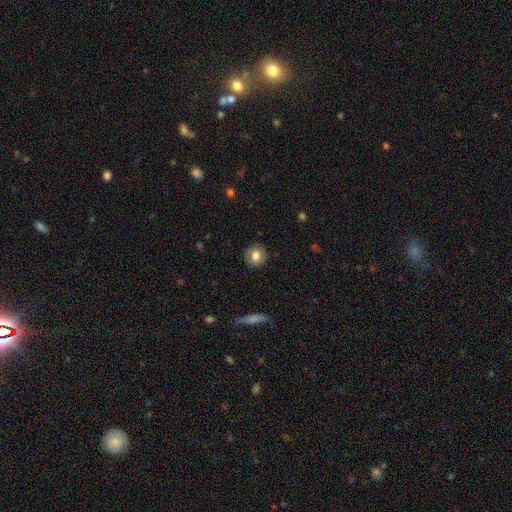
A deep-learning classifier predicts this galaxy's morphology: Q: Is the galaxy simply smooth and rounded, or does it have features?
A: smooth — 70%.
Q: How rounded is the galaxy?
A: round — 78%.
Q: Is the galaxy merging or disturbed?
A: none — 86%.